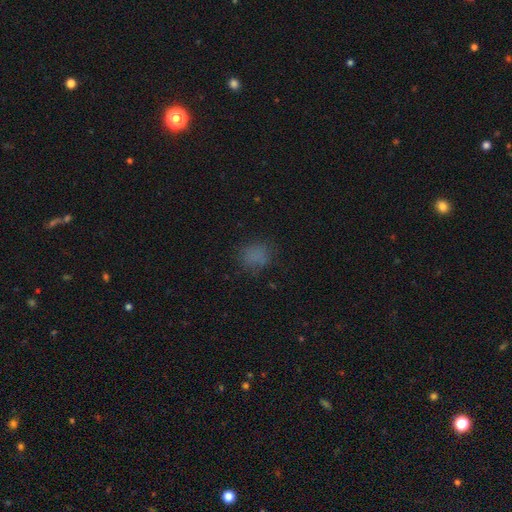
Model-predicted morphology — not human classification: A smooth galaxy with no disk features (74%) that is round (69%).

Vote fractions:
- Smooth or featured? smooth: 74% / star or artifact: 19% / featured or disk: 7%
- How rounded? round: 69% / in between: 30% / cigar-shaped: 1%
- Merging? none: 75% / minor disturbance: 16% / major disturbance: 7% / merger: 2%